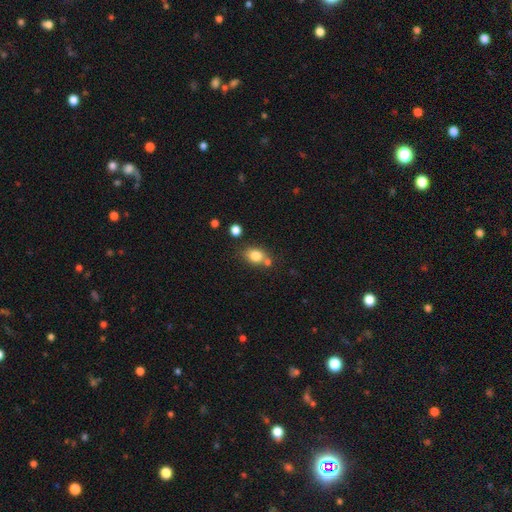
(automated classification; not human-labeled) The model was most divided on "how rounded": in between: 57%, round: 41%, cigar-shaped: 1%. More confident: smooth or featured — smooth (81%); merging — none (62%).